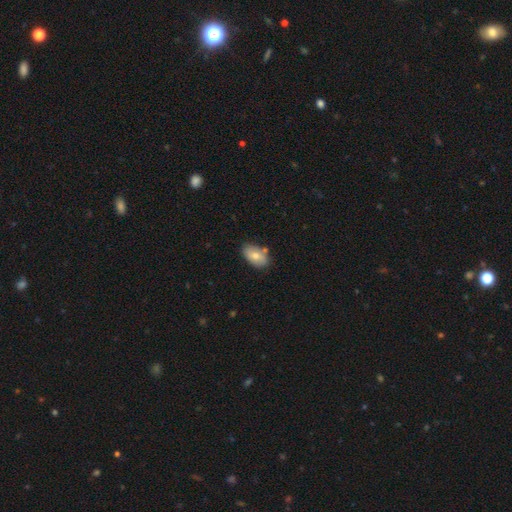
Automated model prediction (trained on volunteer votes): Morphology: type=smooth (74%); roundness=in between (93%); merging=none (74%).